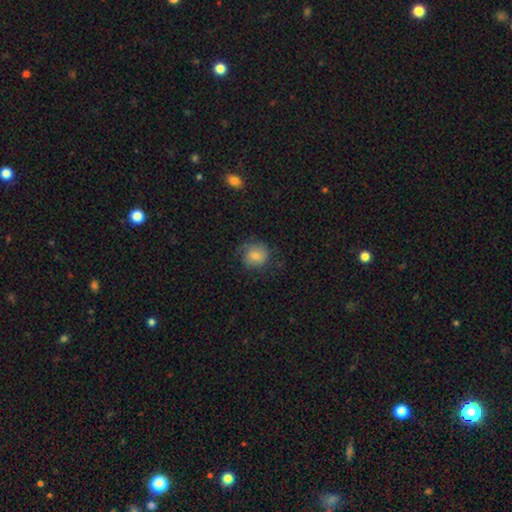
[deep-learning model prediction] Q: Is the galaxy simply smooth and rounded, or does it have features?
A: smooth — 73%.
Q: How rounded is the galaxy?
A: round — 75%.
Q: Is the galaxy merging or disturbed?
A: none — 60%.